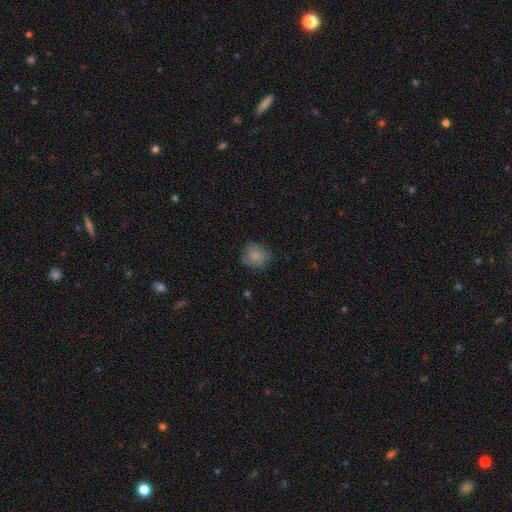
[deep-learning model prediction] smooth_or_featured: smooth (p=0.74) [alt: featured or disk p=0.17]
how_rounded: round (p=0.70) [alt: in between p=0.29]
merging: none (p=0.63) [alt: minor disturbance p=0.26]